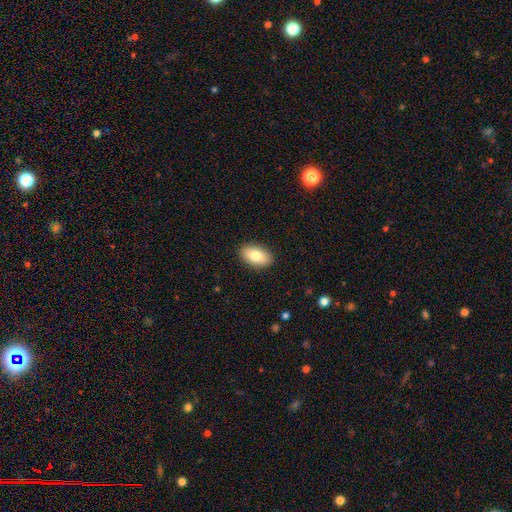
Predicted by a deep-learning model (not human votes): A smooth galaxy with no disk features (80%) that is in between round and cigar-shaped (93%). Merging: none (89%).